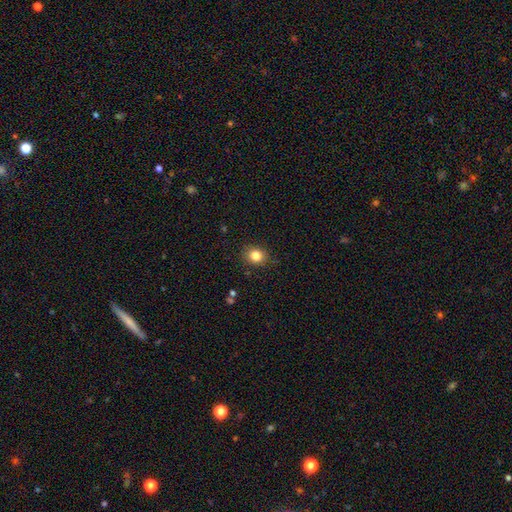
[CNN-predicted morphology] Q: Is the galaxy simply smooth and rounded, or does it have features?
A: smooth — 83%.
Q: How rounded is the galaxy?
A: round — 68%.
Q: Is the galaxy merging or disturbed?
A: none — 87%.